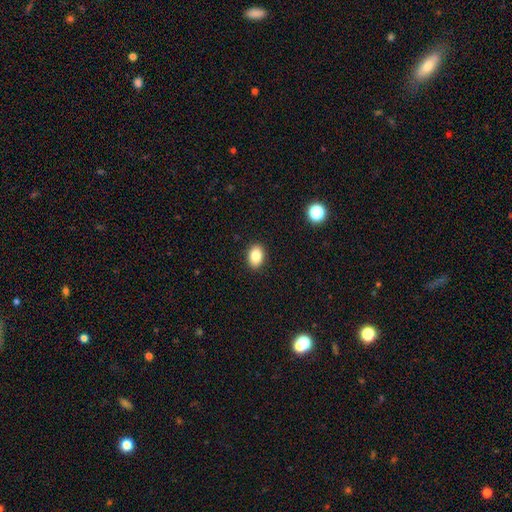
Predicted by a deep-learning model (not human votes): Overall: smooth (84%). How rounded: in between (83%). Merging: none (90%).